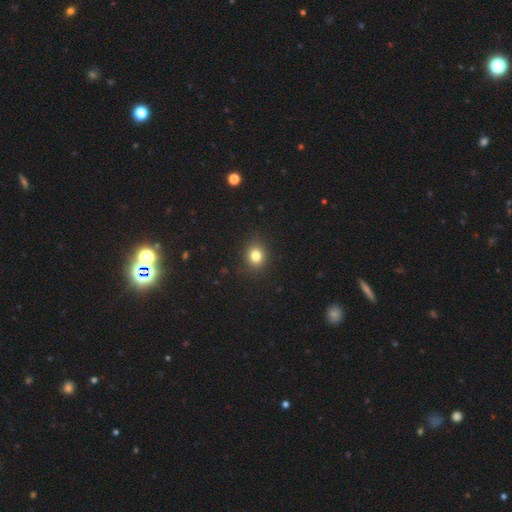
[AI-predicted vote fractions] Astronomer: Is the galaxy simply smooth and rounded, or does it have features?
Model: smooth — 81%.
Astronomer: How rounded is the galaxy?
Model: round — 67%.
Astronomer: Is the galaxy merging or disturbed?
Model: none — 89%.